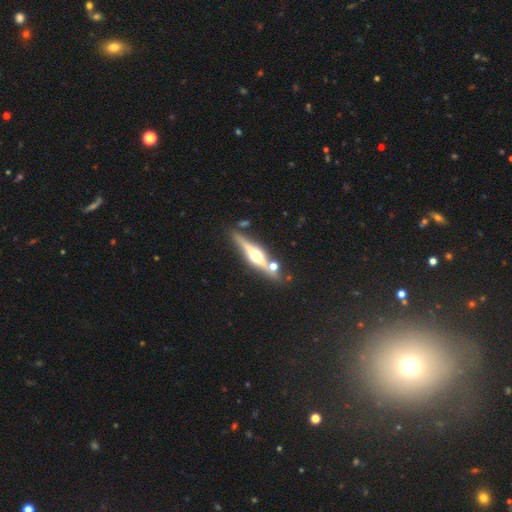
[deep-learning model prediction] Smooth or featured?
  - featured or disk: 76% *
  - smooth: 17%
  - star or artifact: 7%
Edge-on disk?
  - yes: 96% *
  - no: 4%
Edge-on bulge?
  - rounded: 92% *
  - boxy: 6%
  - none: 2%
Merging?
  - none: 76% *
  - minor disturbance: 11%
  - merger: 11%
  - major disturbance: 3%